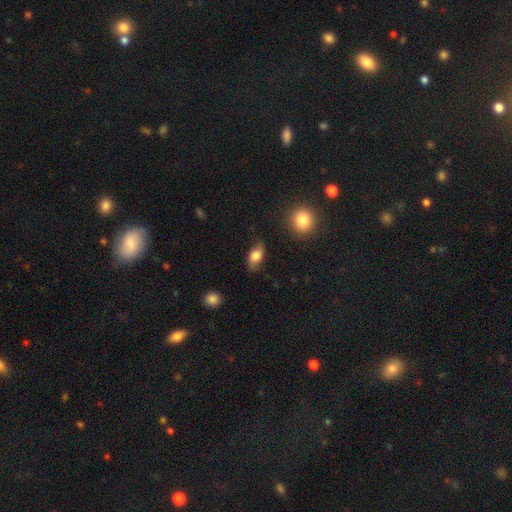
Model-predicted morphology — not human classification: Smooth or featured? smooth (67%)
How rounded? in between (82%)
Merging? none (72%)